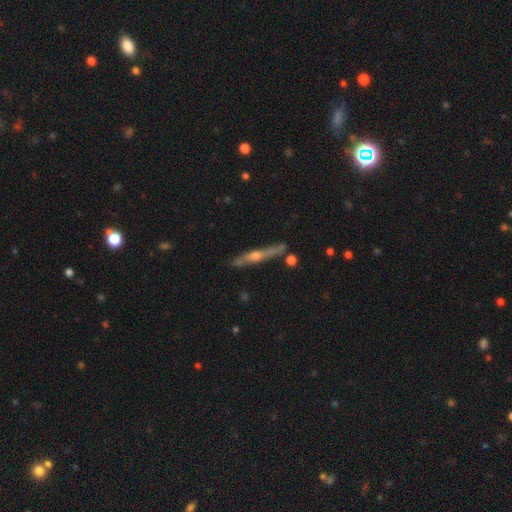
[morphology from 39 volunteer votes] A featured or disk galaxy (72%) viewed edge-on (96%) with a rounded central bulge (85%).

Vote fractions:
- Smooth or featured? featured or disk: 72% / smooth: 26% / star or artifact: 3%
- Edge-on disk? yes: 96% / no: 4%
- Edge-on bulge? rounded: 85% / none: 15% / boxy: 0%
- Merging? none: 61% / minor disturbance: 26% / major disturbance: 11% / merger: 3%